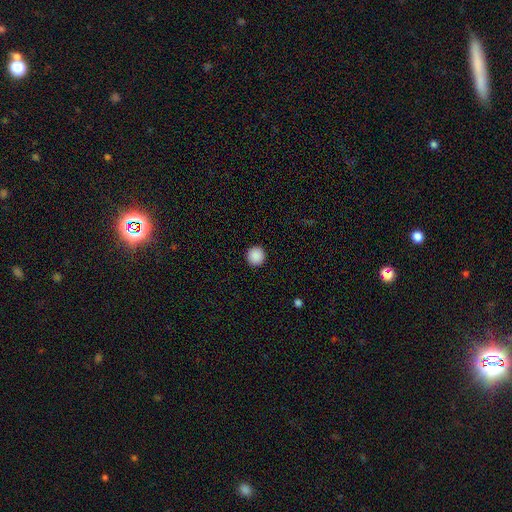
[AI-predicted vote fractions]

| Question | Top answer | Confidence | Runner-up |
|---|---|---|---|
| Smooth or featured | smooth | 89% | star or artifact (8%) |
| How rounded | round | 95% | in between (4%) |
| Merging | none | 93% | minor disturbance (4%) |